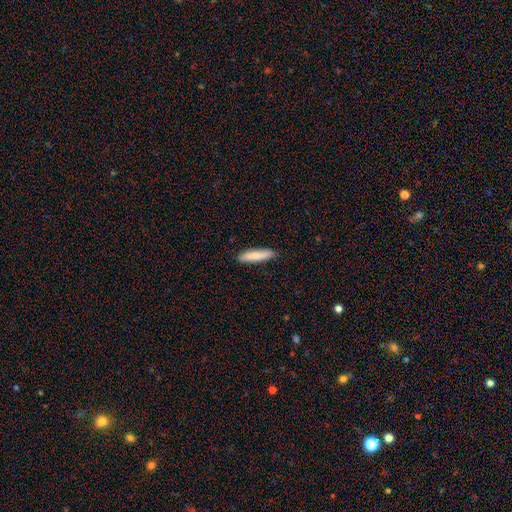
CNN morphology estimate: smooth 78%, featured or disk 17%, star or artifact 5%. Down the decision tree: how rounded — cigar-shaped (82%); merging — none (89%).